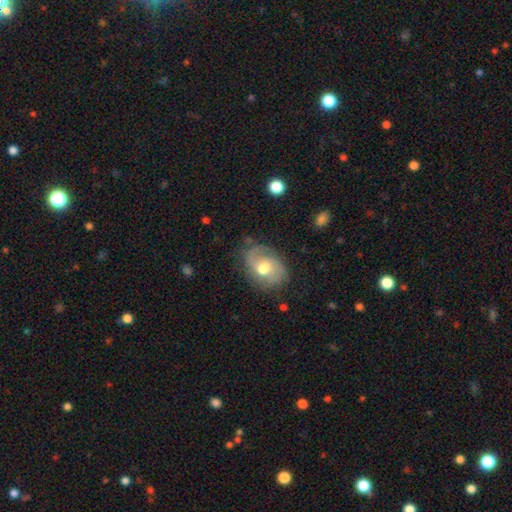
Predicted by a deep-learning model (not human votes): Morphology: type=featured or disk (60%); edge-on=no (96%); bar=no (57%); spiral arms=yes (82%); bulge=moderate (73%); merging=none (65%).